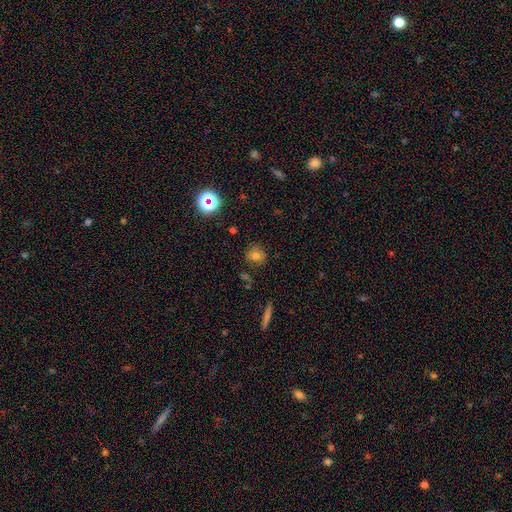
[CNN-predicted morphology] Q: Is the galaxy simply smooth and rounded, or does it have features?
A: smooth — 72%.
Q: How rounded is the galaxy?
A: round — 74%.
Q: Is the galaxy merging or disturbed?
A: none — 82%.